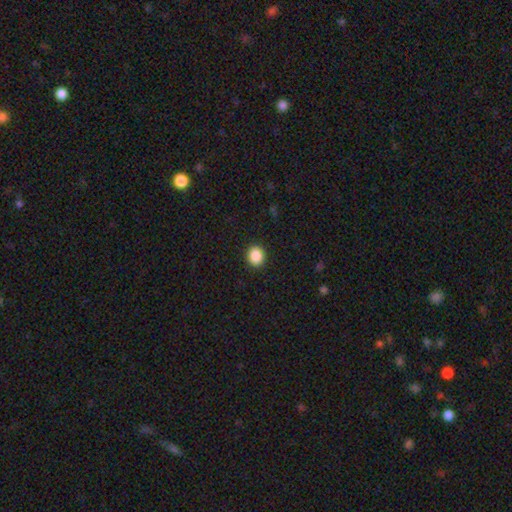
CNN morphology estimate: smooth-or-featured: smooth: 88% | star or artifact: 9% | featured or disk: 3%
  how-rounded: round: 68% | in between: 31% | cigar-shaped: 1%
  merging: none: 92% | minor disturbance: 6% | major disturbance: 2% | merger: 1%